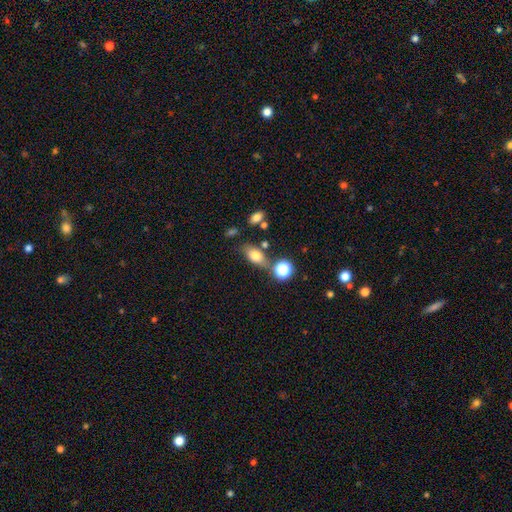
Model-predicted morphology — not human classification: Smooth or featured? smooth (74%)
How rounded? in between (78%)
Merging? none (64%)